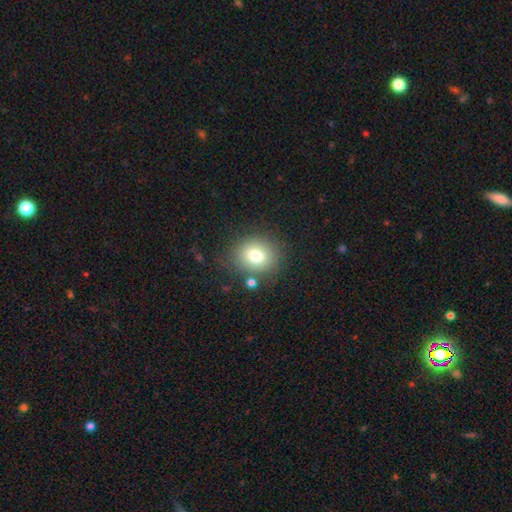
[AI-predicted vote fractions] This appears to be a smooth galaxy with no disk features (77%) that is round (72%). Merging: none (78%).